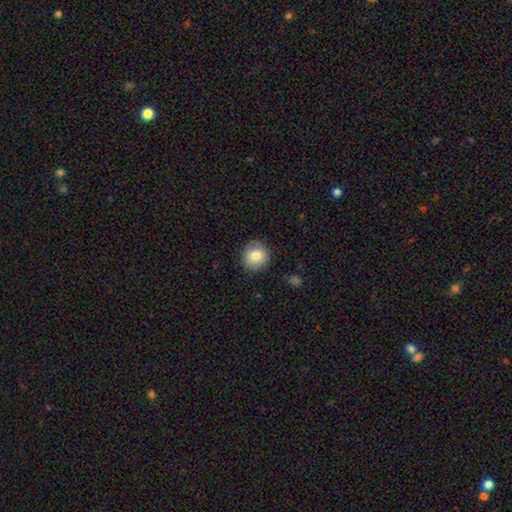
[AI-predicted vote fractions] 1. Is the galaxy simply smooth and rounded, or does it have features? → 81% smooth, 10% featured or disk, 9% star or artifact.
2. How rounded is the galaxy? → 91% round, 8% in between, 1% cigar-shaped.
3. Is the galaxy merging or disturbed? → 89% none, 8% minor disturbance, 2% major disturbance, 1% merger.